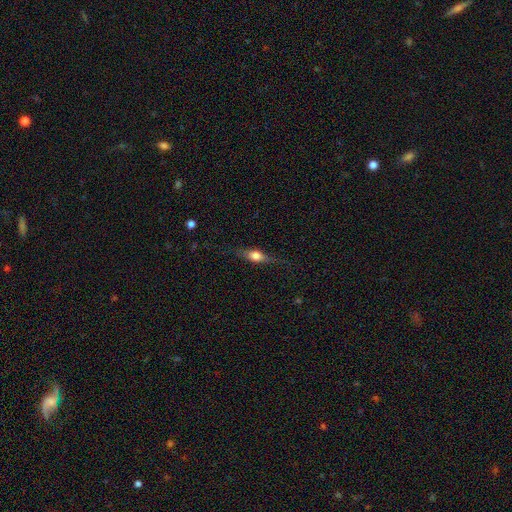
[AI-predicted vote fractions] Smooth or featured?
  - featured or disk: 46% * (tied)
  - smooth: 46% * (tied)
  - star or artifact: 8%
Merging?
  - none: 76% *
  - minor disturbance: 17%
  - major disturbance: 6%
  - merger: 1%